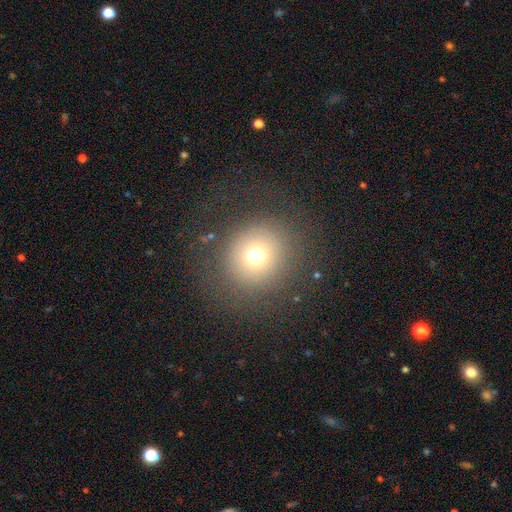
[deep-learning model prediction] smooth-or-featured: smooth: 70% | star or artifact: 19% | featured or disk: 12%
  how-rounded: round: 89% | in between: 10% | cigar-shaped: 1%
  merging: none: 82% | minor disturbance: 9% | major disturbance: 8% | merger: 1%